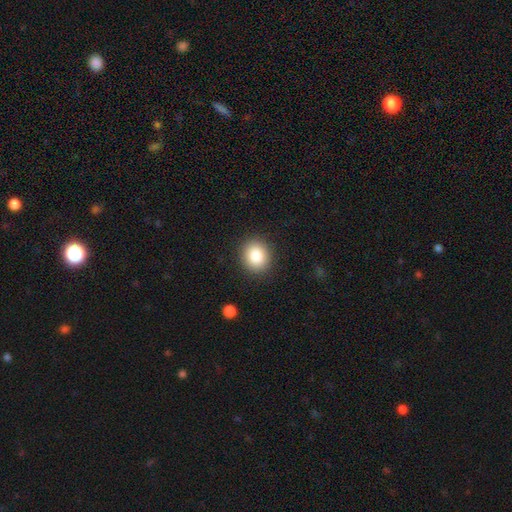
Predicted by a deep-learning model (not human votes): Smooth or featured?
  - smooth: 85% *
  - star or artifact: 9%
  - featured or disk: 6%
How rounded?
  - round: 74% *
  - in between: 25%
  - cigar-shaped: 1%
Merging?
  - none: 89% *
  - minor disturbance: 7%
  - major disturbance: 2%
  - merger: 1%